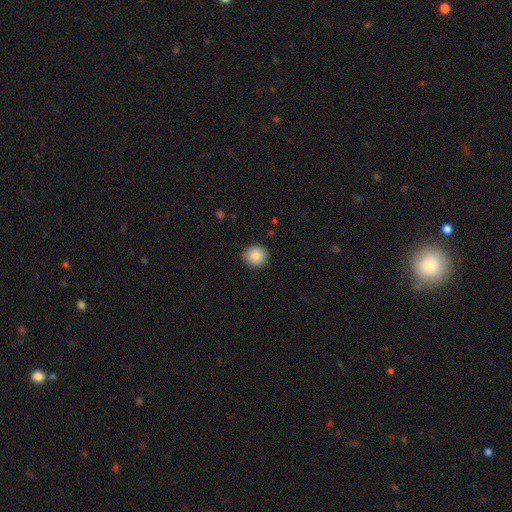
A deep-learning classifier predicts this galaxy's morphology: Smooth or featured? Predicted: smooth (p=0.88). How rounded? Predicted: round (p=0.92). Merging? Predicted: none (p=0.86).